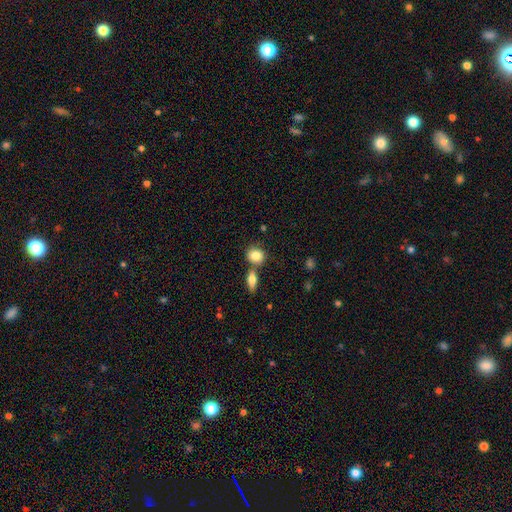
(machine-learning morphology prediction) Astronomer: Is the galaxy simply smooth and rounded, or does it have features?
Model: smooth — 84%.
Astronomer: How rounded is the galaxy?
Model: round — 60% (runner-up: in between, 37%).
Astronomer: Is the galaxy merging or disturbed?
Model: none — 55% (runner-up: merger, 30%).